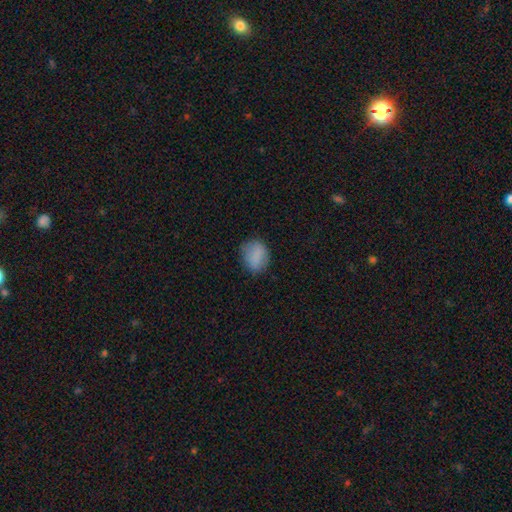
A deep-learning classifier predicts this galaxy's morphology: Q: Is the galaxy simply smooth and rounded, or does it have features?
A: smooth — 84%.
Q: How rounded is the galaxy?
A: round — 49%, tied with in between.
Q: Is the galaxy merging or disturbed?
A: none — 77%.